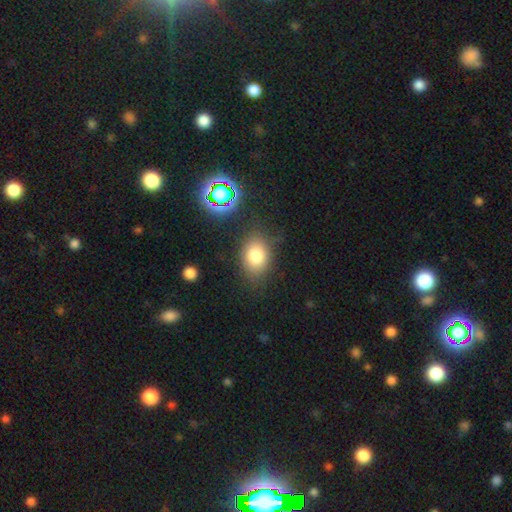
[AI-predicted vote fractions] smooth 77%, star or artifact 12%, featured or disk 10%. Down the decision tree: how rounded — in between (68%); merging — none (76%).